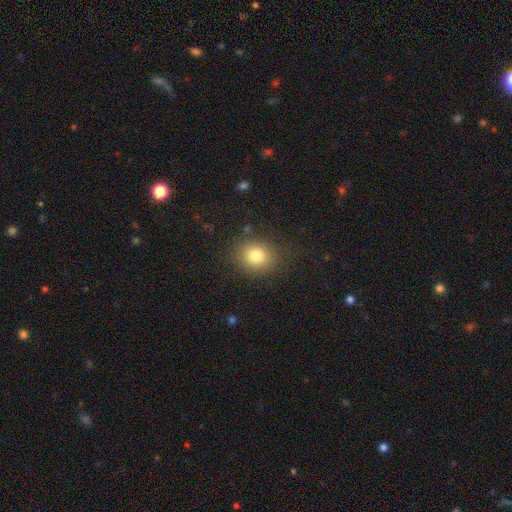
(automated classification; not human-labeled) Smooth or featured?
  - smooth: 79% *
  - star or artifact: 12%
  - featured or disk: 9%
How rounded?
  - round: 70% *
  - in between: 29%
  - cigar-shaped: 1%
Merging?
  - none: 84% *
  - minor disturbance: 10%
  - major disturbance: 4%
  - merger: 1%